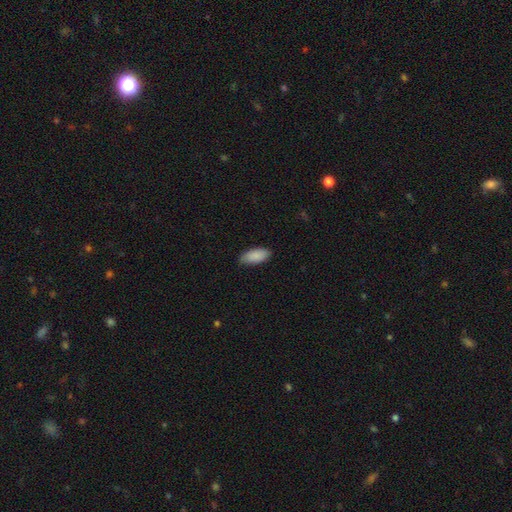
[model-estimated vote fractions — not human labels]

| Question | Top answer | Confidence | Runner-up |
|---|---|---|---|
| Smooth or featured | smooth | 90% | star or artifact (6%) |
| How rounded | in between | 87% | cigar-shaped (11%) |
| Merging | none | 85% | minor disturbance (13%) |